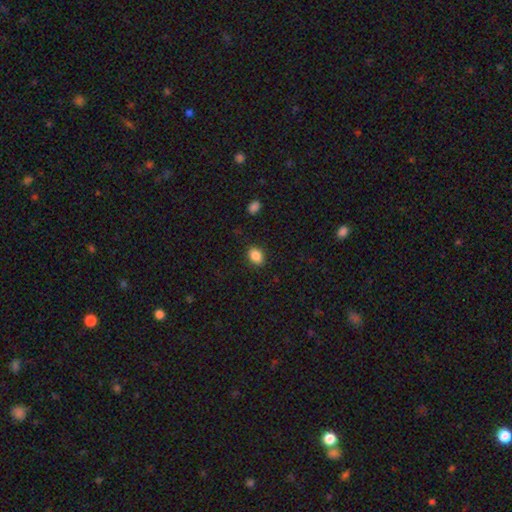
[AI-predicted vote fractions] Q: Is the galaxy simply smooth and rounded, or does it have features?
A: smooth — 87%.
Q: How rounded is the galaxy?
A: in between — 71%.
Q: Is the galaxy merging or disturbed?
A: none — 87%.